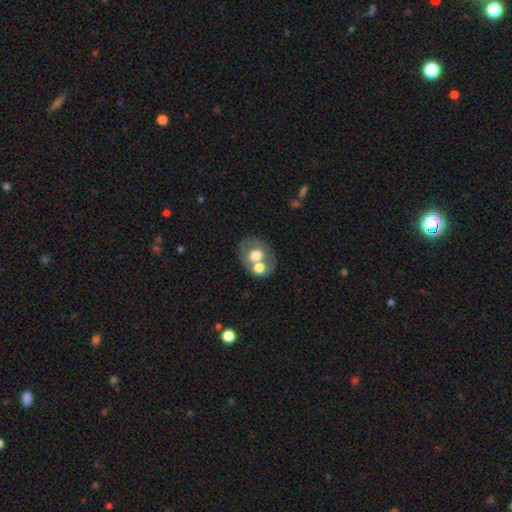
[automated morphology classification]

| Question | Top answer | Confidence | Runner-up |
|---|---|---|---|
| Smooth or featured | smooth | 56% | featured or disk (35%) |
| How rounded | round | 55% | in between (45%) |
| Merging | none | 47% | merger (36%) |